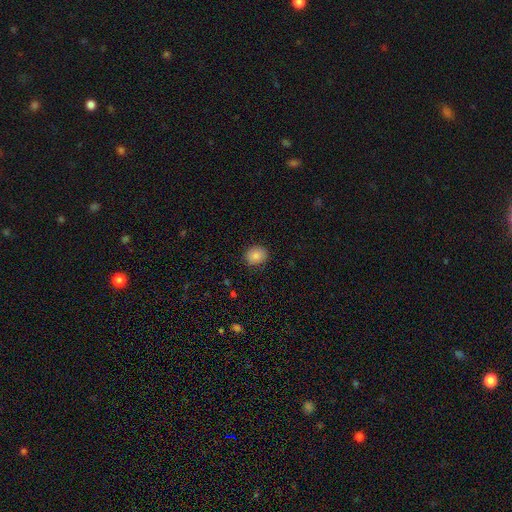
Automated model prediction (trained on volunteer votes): Smooth or featured? Predicted: smooth (p=0.86). How rounded? Predicted: round (p=0.68). Merging? Predicted: none (p=0.88).